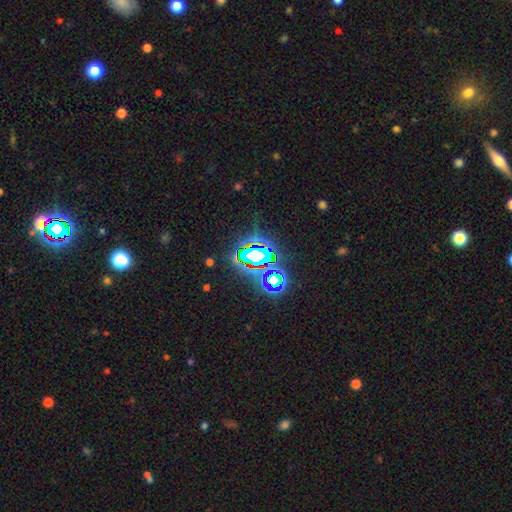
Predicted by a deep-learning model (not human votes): star or artifact 72%, smooth 14%, featured or disk 13%.